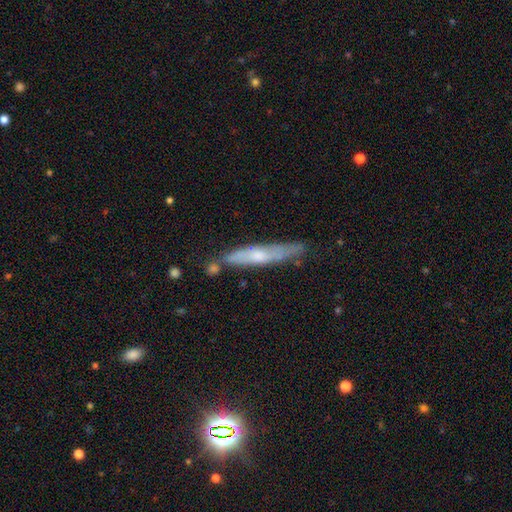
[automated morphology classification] Smooth or featured: featured or disk — 49% (smooth — 45%)
Merging: none — 64% (minor disturbance — 22%)